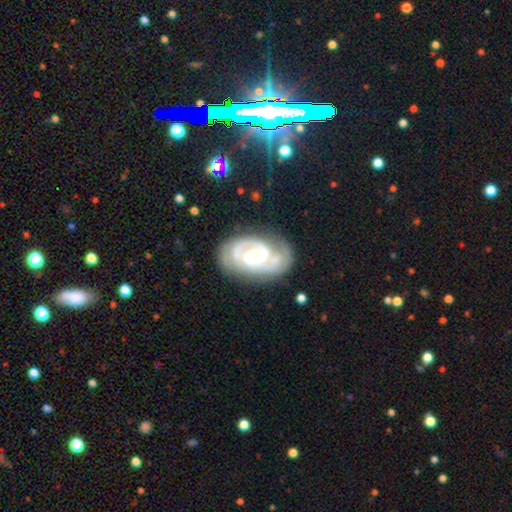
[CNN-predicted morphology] Smooth or featured? Predicted: featured or disk (p=0.88). Edge-on disk? Predicted: no (p=0.97). Bar? Predicted: weak (p=0.48). Spiral arms? Predicted: yes (p=0.95). Spiral winding? Predicted: tight (p=0.54). Spiral arm count? Predicted: 2 (p=0.73). Bulge size? Predicted: moderate (p=0.58). Merging? Predicted: none (p=0.73).